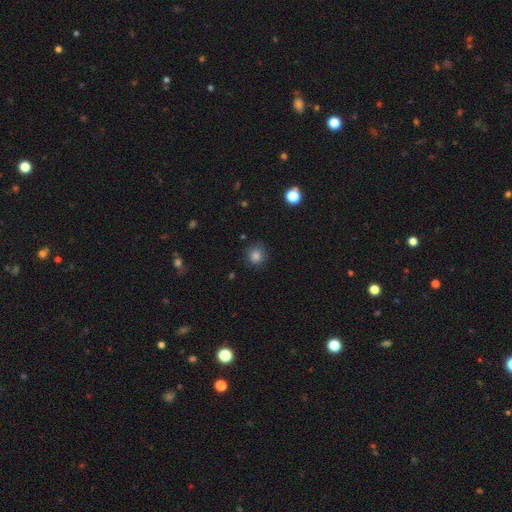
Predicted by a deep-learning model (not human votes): smooth-or-featured: smooth: 82% | star or artifact: 13% | featured or disk: 5%
  how-rounded: round: 88% | in between: 11% | cigar-shaped: 1%
  merging: none: 86% | minor disturbance: 10% | major disturbance: 3% | merger: 1%